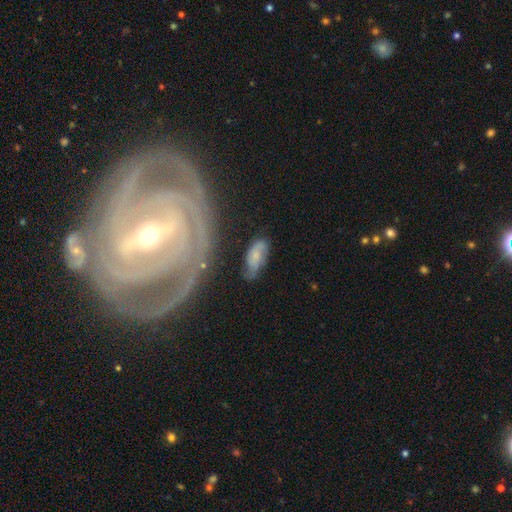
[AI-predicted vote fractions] A featured or disk galaxy (48%). Merging: none (58%).